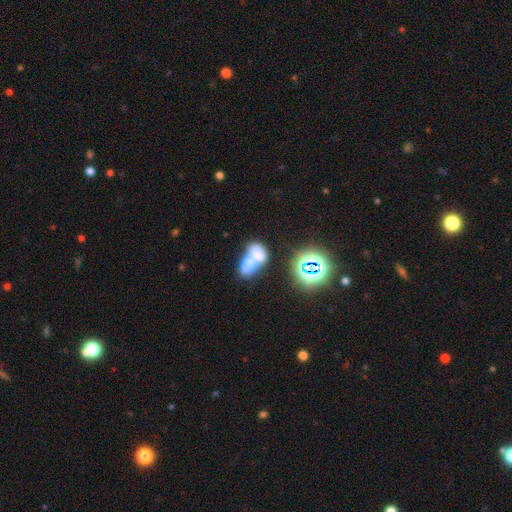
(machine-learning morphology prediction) smooth-or-featured: smooth: 60% | featured or disk: 24% | star or artifact: 17%
  how-rounded: in between: 84% | round: 14% | cigar-shaped: 2%
  merging: merger: 72% | none: 15% | minor disturbance: 7% | major disturbance: 6%